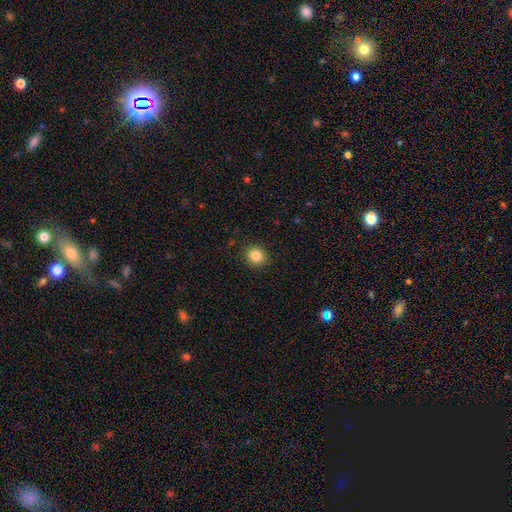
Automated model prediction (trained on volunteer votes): Smooth or featured? Predicted: smooth (p=0.84). How rounded? Predicted: round (p=0.84). Merging? Predicted: none (p=0.90).